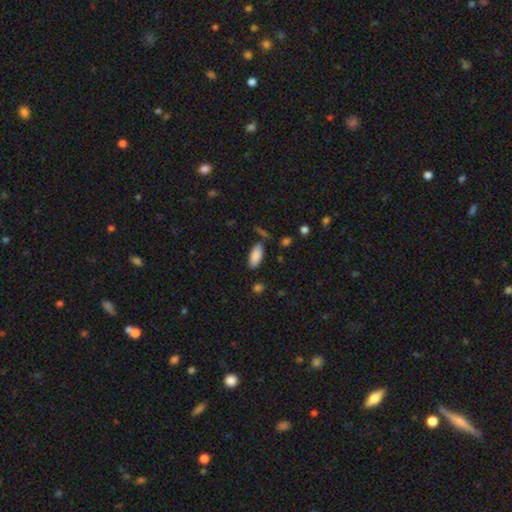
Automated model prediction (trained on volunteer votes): smooth 87%, star or artifact 7%, featured or disk 5%. Down the decision tree: how rounded — in between (86%); merging — none (78%).